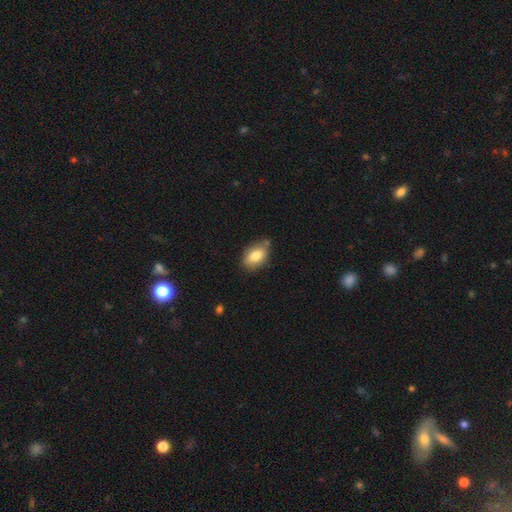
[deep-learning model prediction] Smooth or featured? Predicted: smooth (p=0.81). How rounded? Predicted: in between (p=0.88). Merging? Predicted: none (p=0.72).